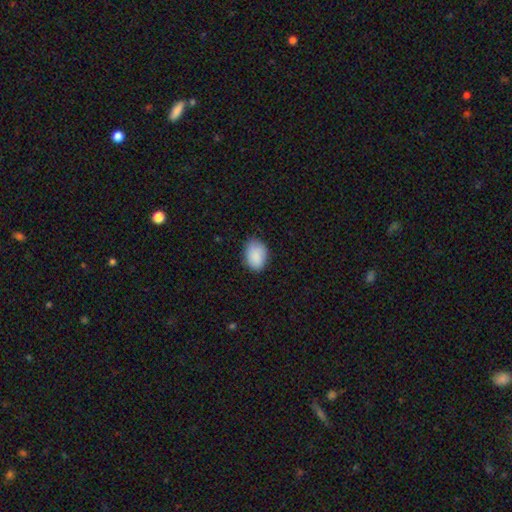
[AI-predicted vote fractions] Morphology: type=smooth (89%); roundness=in between (78%); merging=none (78%).